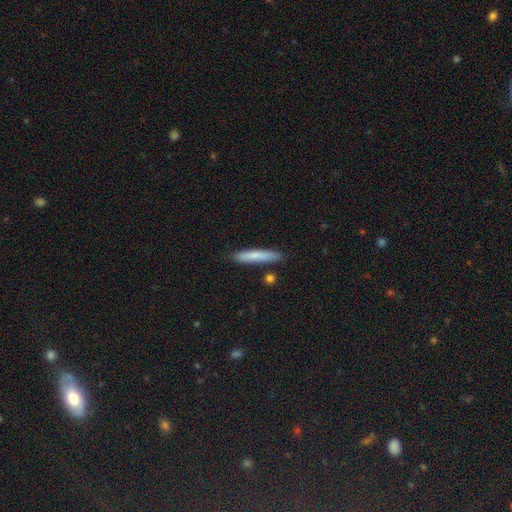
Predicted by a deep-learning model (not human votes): This is likely a smooth galaxy (78%). How rounded: clearly cigar-shaped (91%). Merging: clearly none (85%).